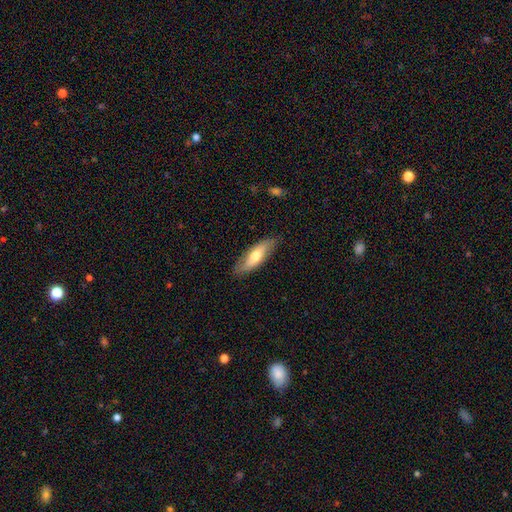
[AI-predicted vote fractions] A smooth galaxy with no disk features (58%) that is in between round and cigar-shaped (59%). Merging: none (83%).